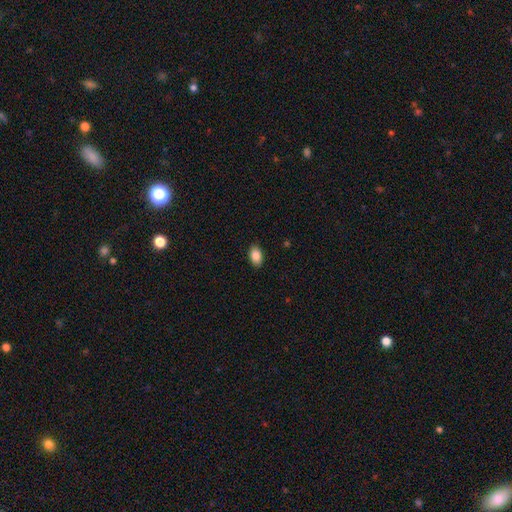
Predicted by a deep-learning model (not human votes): Smooth or featured: smooth — 86% (star or artifact — 8%)
How rounded: in between — 91% (round — 7%)
Merging: none — 89% (minor disturbance — 8%)